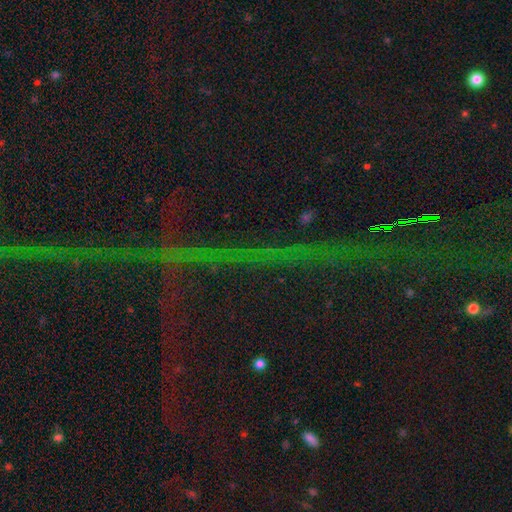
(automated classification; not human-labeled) A star or artifact, not a galaxy (81%).